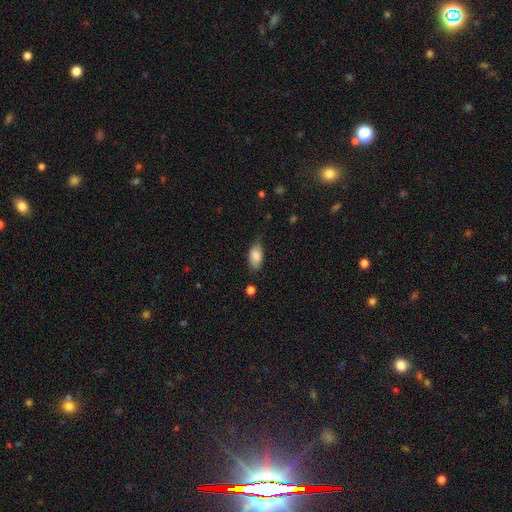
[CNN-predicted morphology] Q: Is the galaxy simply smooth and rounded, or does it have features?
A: smooth — 84%.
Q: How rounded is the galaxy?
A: in between — 92%.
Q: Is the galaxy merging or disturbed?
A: none — 68%.